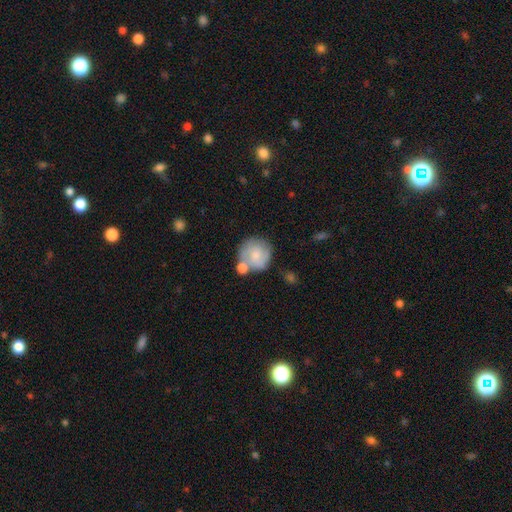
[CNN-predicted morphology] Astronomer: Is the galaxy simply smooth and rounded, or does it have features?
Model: smooth — 67%.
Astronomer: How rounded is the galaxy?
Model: round — 89%.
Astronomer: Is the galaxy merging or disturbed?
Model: none — 50%.